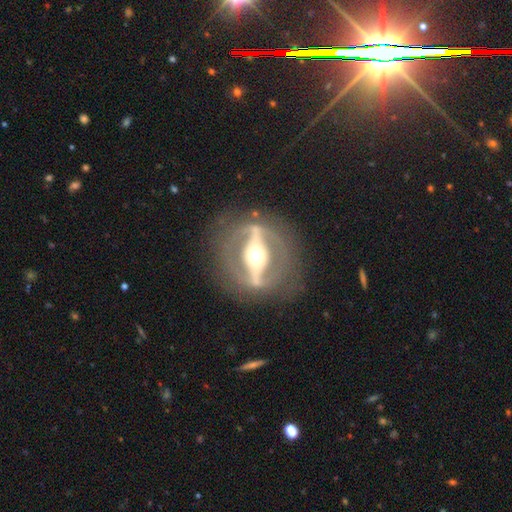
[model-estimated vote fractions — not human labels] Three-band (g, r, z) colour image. It shows a featured or disk galaxy (82%) with a strong bar (80%), no spiral arms (70%) and a moderate central bulge (64%). Merging: none (75%).